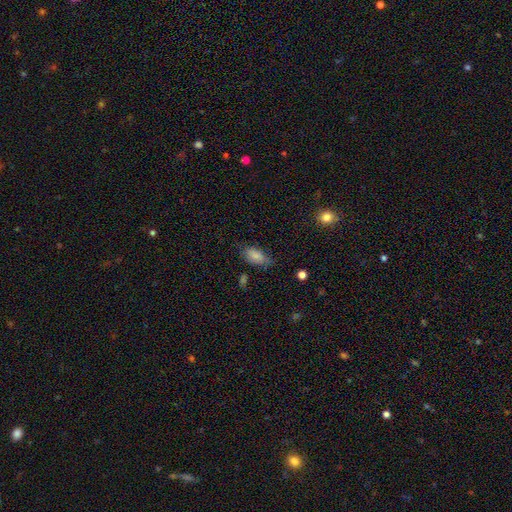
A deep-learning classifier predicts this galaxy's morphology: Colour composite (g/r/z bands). It shows a smooth galaxy with no disk features (81%) that is in between round and cigar-shaped (91%). Merging: none (62%).